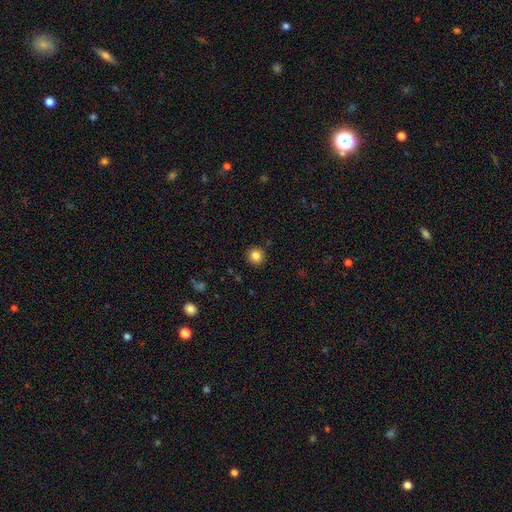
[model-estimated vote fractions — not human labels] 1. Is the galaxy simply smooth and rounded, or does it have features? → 84% smooth, 11% star or artifact, 5% featured or disk.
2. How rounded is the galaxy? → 95% round, 4% in between, 1% cigar-shaped.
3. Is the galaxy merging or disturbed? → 91% none, 6% minor disturbance, 2% major disturbance, 1% merger.